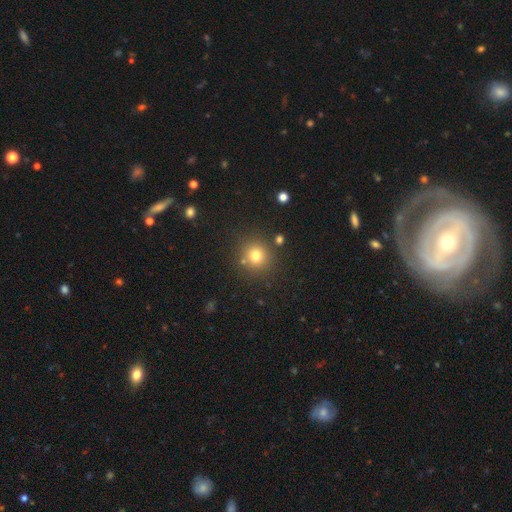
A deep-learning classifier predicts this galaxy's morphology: smooth-or-featured: smooth: 76% | star or artifact: 15% | featured or disk: 9%
  how-rounded: round: 92% | in between: 7% | cigar-shaped: 1%
  merging: none: 83% | minor disturbance: 8% | merger: 6% | major disturbance: 3%